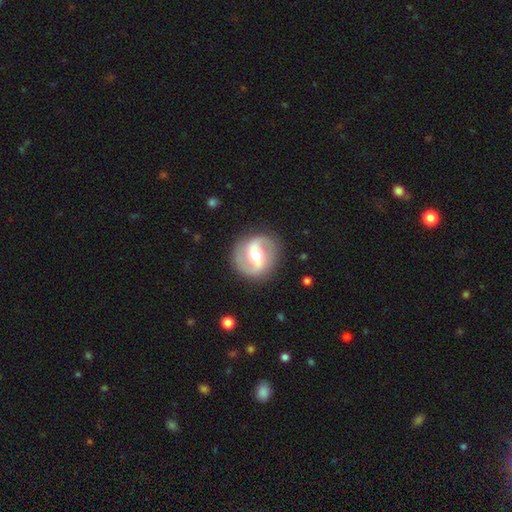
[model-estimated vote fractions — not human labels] Smooth or featured?
  - featured or disk: 82% *
  - smooth: 13%
  - star or artifact: 5%
Edge-on disk?
  - no: 97% *
  - yes: 3%
Bar?
  - strong: 49% *
  - weak: 36%
  - no: 15%
Spiral arms?
  - yes: 89% *
  - no: 11%
Spiral winding?
  - medium: 47% *
  - loose: 34%
  - tight: 19%
Spiral arm count?
  - 2: 91% *
  - can't tell: 4%
  - 1: 2%
  - 3: 1%
  - 4: 1%
  - more than 4: 1%
Bulge size?
  - moderate: 63% *
  - small: 29%
  - large: 5%
  - dominant: 1%
  - none: 1%
Merging?
  - none: 87% *
  - minor disturbance: 9%
  - major disturbance: 3%
  - merger: 1%